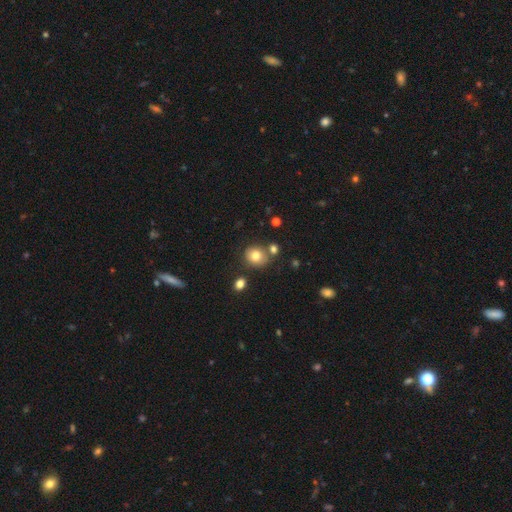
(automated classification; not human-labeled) smooth-or-featured: smooth: 79% | star or artifact: 11% | featured or disk: 10%
  how-rounded: round: 76% | in between: 23% | cigar-shaped: 1%
  merging: none: 72% | minor disturbance: 12% | merger: 12% | major disturbance: 4%